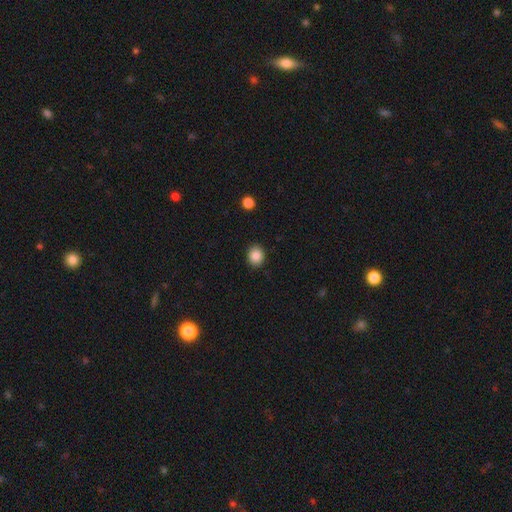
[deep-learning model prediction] This is clearly a smooth galaxy (87%). How rounded: likely round (67%). Merging: clearly none (90%).